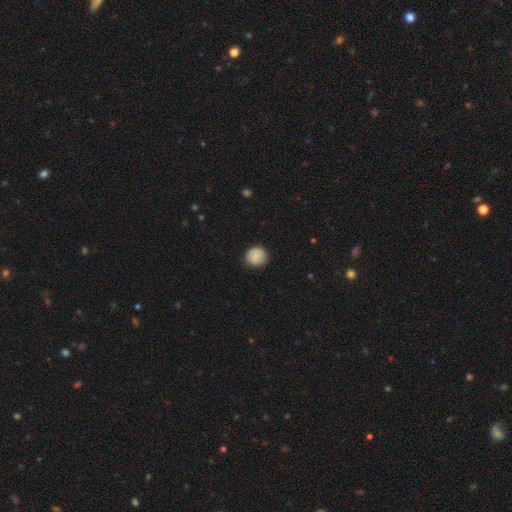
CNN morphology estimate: smooth-or-featured: smooth: 81% | featured or disk: 11% | star or artifact: 8%
  how-rounded: round: 88% | in between: 11% | cigar-shaped: 1%
  merging: none: 83% | minor disturbance: 13% | major disturbance: 3% | merger: 1%